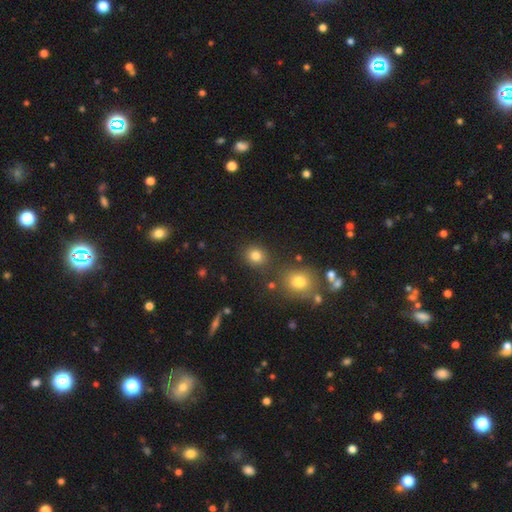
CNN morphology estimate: Q: Smooth or featured?
A: smooth (81%); runner-up: star or artifact (13%)
Q: How rounded?
A: round (82%); runner-up: in between (17%)
Q: Merging?
A: none (82%); runner-up: minor disturbance (8%)